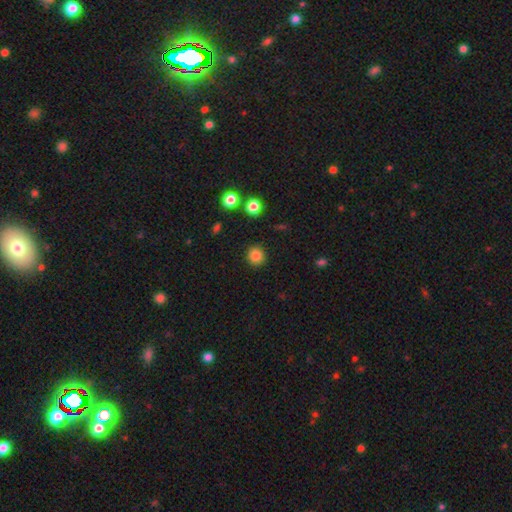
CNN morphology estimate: Smooth or featured? smooth (84%)
How rounded? round (89%)
Merging? none (90%)